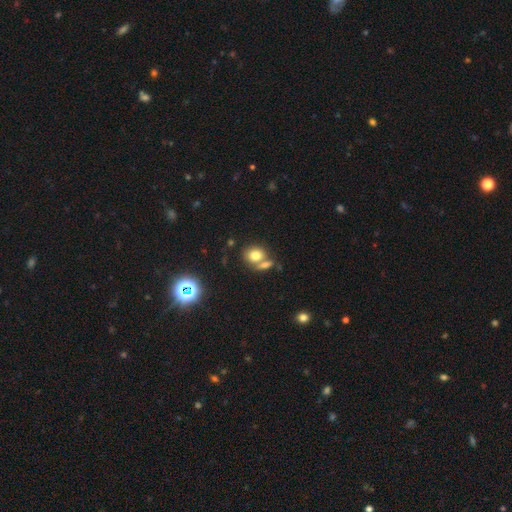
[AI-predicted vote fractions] Smooth or featured? Predicted: smooth (p=0.75). How rounded? Predicted: round (p=0.58). Merging? Predicted: none (p=0.47).